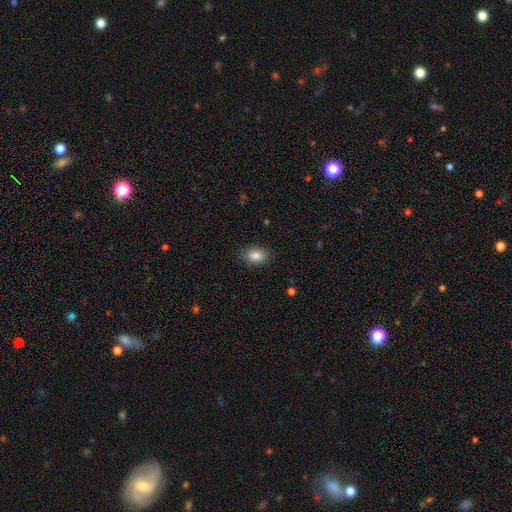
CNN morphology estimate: Smooth or featured? smooth (85%)
How rounded? in between (82%)
Merging? none (85%)